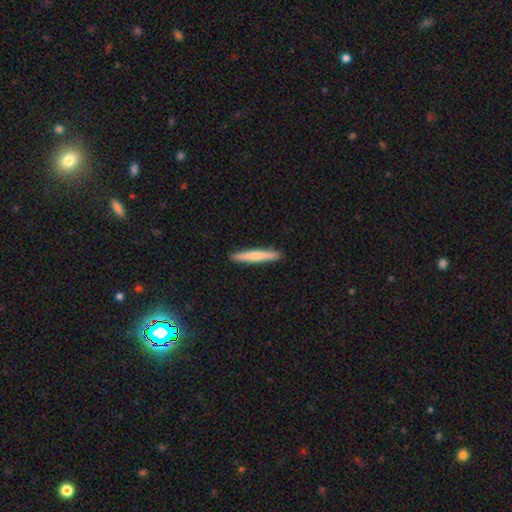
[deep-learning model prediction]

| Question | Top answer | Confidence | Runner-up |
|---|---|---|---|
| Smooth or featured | smooth | 66% | featured or disk (29%) |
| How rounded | cigar-shaped | 95% | in between (4%) |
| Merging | none | 92% | minor disturbance (6%) |